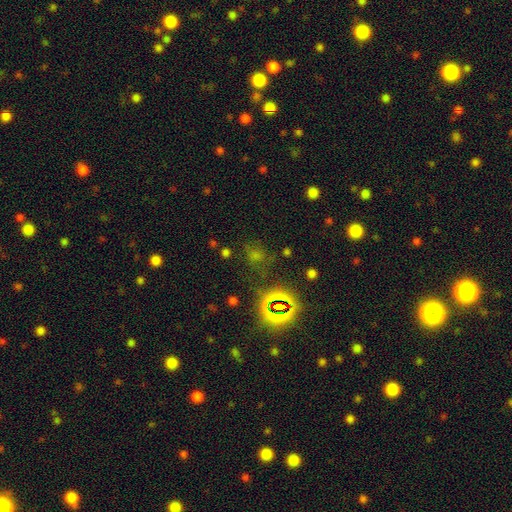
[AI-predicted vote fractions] Morphology: type=star or artifact (60%).